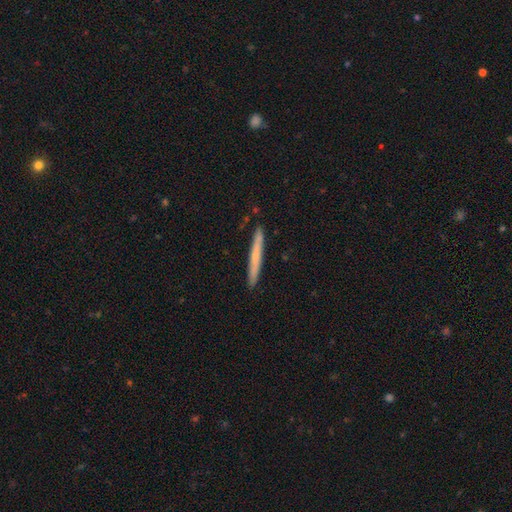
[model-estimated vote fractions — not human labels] Smooth or featured? Predicted: smooth (p=0.54). How rounded? Predicted: cigar-shaped (p=0.97). Merging? Predicted: none (p=0.91).